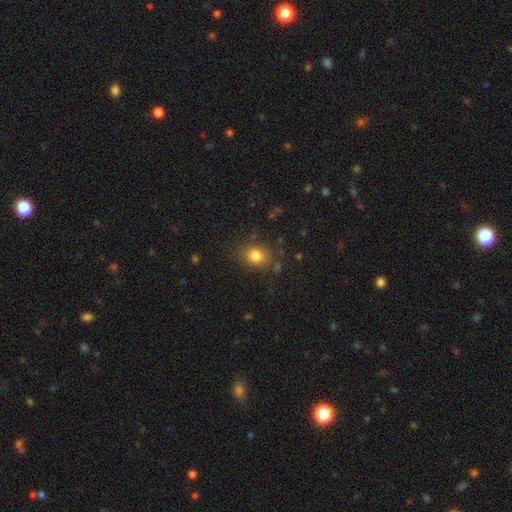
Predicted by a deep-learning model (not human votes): smooth 82%, star or artifact 11%, featured or disk 7%. Down the decision tree: how rounded — round (53%); merging — none (77%).